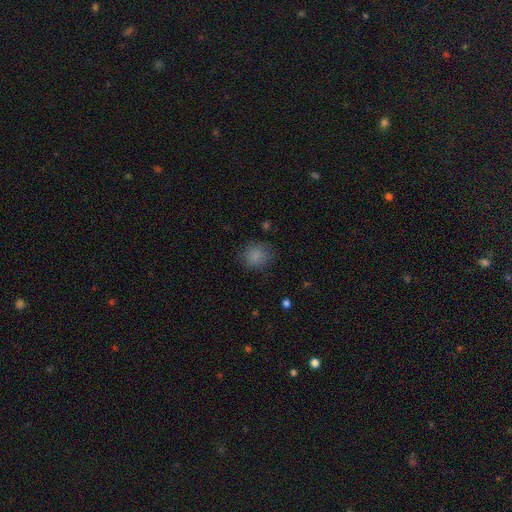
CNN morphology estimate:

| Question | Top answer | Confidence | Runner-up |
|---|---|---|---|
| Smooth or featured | smooth | 84% | star or artifact (10%) |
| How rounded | round | 75% | in between (24%) |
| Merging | none | 79% | minor disturbance (15%) |